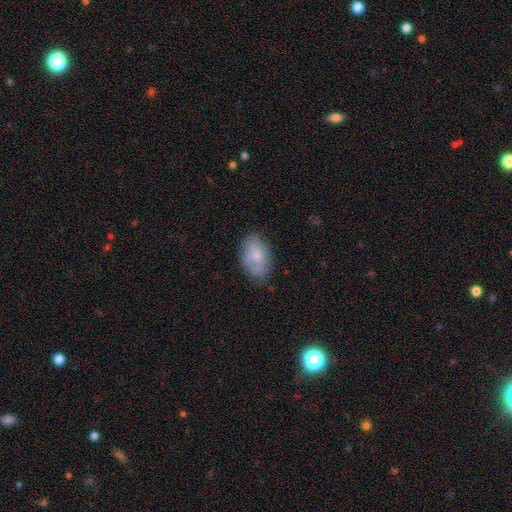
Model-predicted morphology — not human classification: This is likely a smooth galaxy (68%). How rounded: clearly in between (87%). Merging: likely none (70%).